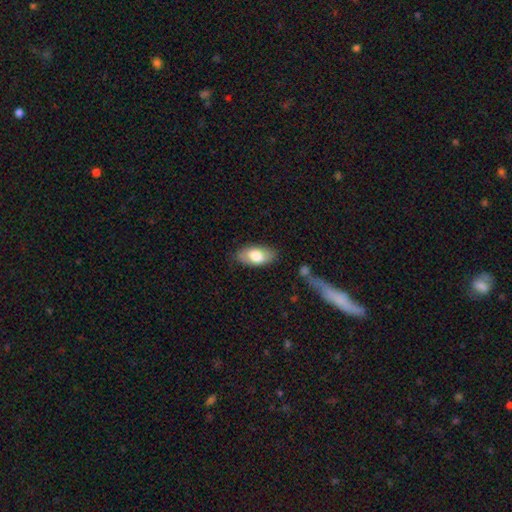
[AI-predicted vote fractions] The model was most divided on "smooth or featured": smooth: 75%, featured or disk: 19%, star or artifact: 6%. More confident: how rounded — in between (93%); merging — none (81%).